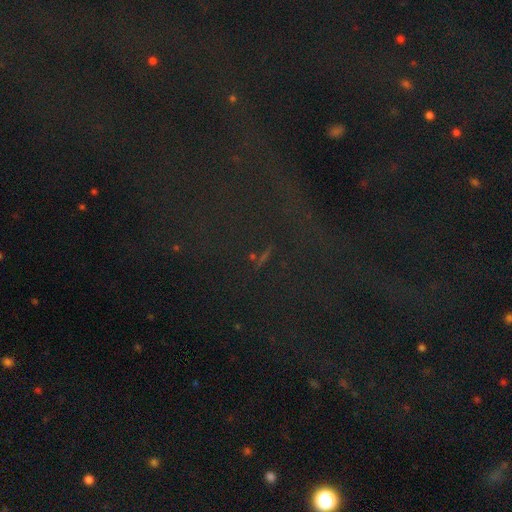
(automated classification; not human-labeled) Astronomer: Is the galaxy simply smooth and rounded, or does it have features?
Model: star or artifact — 80%.